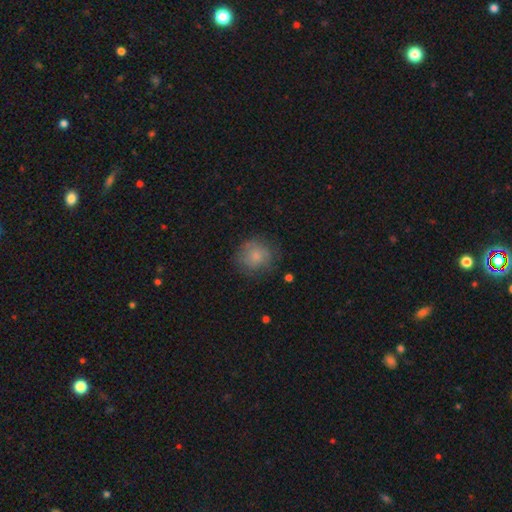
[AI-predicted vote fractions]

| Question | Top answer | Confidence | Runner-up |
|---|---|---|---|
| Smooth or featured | smooth | 75% | featured or disk (17%) |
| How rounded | round | 89% | in between (10%) |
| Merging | none | 71% | minor disturbance (20%) |